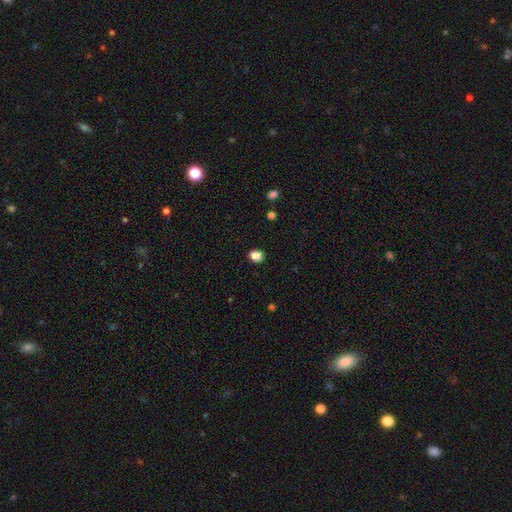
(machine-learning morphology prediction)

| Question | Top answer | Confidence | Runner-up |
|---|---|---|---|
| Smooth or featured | smooth | 87% | star or artifact (10%) |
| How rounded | round | 50% | in between (49%) |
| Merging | none | 90% | minor disturbance (7%) |